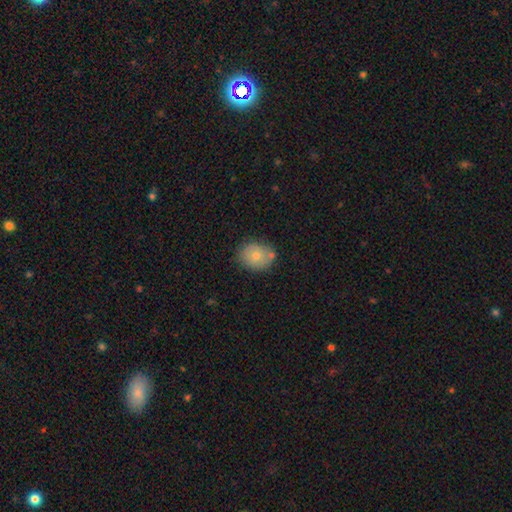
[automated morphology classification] The model was most divided on "how rounded": round: 53%, in between: 46%, cigar-shaped: 1%. More confident: smooth or featured — smooth (76%); merging — none (71%).